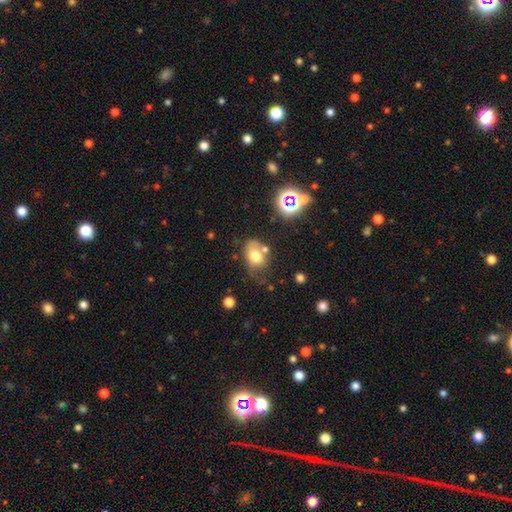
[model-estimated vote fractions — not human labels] smooth-or-featured: smooth: 66% | featured or disk: 20% | star or artifact: 14%
  how-rounded: in between: 63% | round: 36% | cigar-shaped: 1%
  merging: none: 41% | minor disturbance: 28% | merger: 16% | major disturbance: 15%